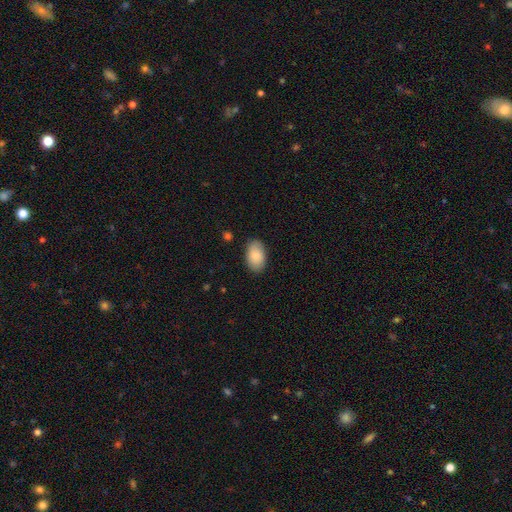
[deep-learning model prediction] Overall: smooth (84%). How rounded: in between (92%). Merging: none (85%).